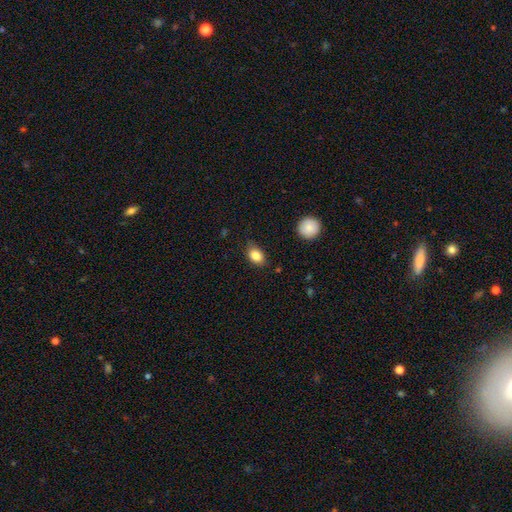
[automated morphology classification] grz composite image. It shows a smooth galaxy with no disk features (86%) that is in between round and cigar-shaped (75%). Merging: none (75%).